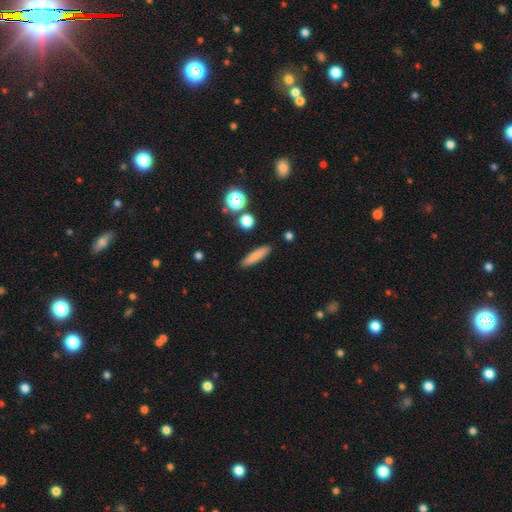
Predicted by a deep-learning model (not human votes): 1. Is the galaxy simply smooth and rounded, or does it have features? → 80% smooth, 11% featured or disk, 9% star or artifact.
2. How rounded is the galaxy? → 83% cigar-shaped, 14% in between, 2% round.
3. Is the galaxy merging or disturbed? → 89% none, 7% minor disturbance, 2% major disturbance, 2% merger.